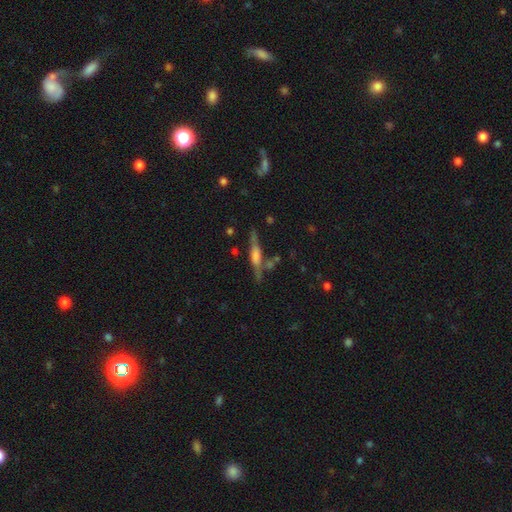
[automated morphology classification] Smooth or featured?
  - featured or disk: 58% *
  - smooth: 34%
  - star or artifact: 9%
Edge-on disk?
  - yes: 91% *
  - no: 9%
Edge-on bulge?
  - rounded: 44% *
  - boxy: 43%
  - none: 13%
Merging?
  - none: 67% *
  - minor disturbance: 18%
  - merger: 8%
  - major disturbance: 7%